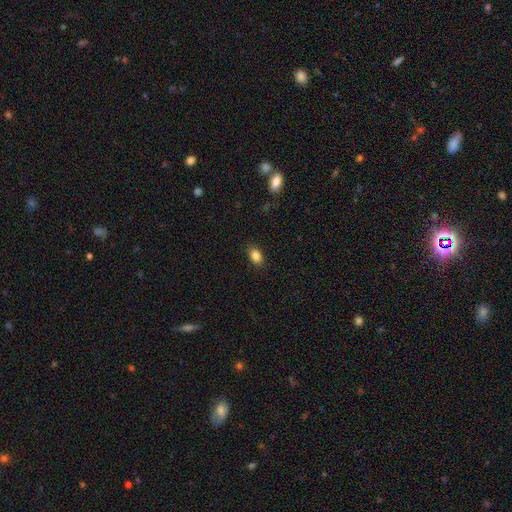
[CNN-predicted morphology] smooth_or_featured: smooth (p=0.86) [alt: star or artifact p=0.09]
how_rounded: in between (p=0.87) [alt: round p=0.11]
merging: none (p=0.87) [alt: minor disturbance p=0.09]